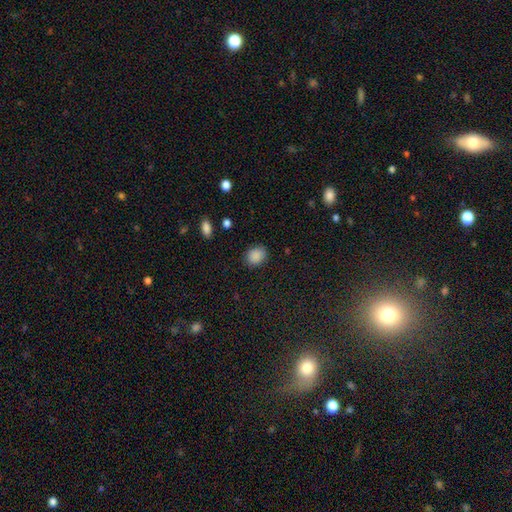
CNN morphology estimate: smooth_or_featured: smooth (p=0.88) [alt: star or artifact p=0.09]
how_rounded: round (p=0.52) [alt: in between p=0.47]
merging: none (p=0.85) [alt: minor disturbance p=0.11]